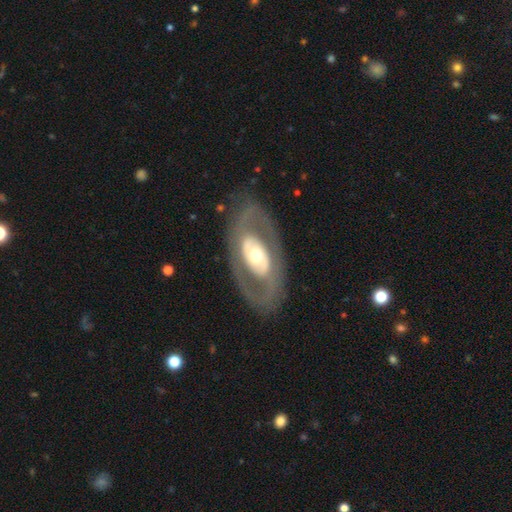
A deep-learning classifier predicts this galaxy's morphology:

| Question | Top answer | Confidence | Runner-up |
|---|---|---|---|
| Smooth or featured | featured or disk | 70% | smooth (25%) |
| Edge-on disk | no | 91% | yes (9%) |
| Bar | no | 75% | weak (15%) |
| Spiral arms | no | 71% | yes (29%) |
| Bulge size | moderate | 62% | large (20%) |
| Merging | none | 78% | minor disturbance (11%) |